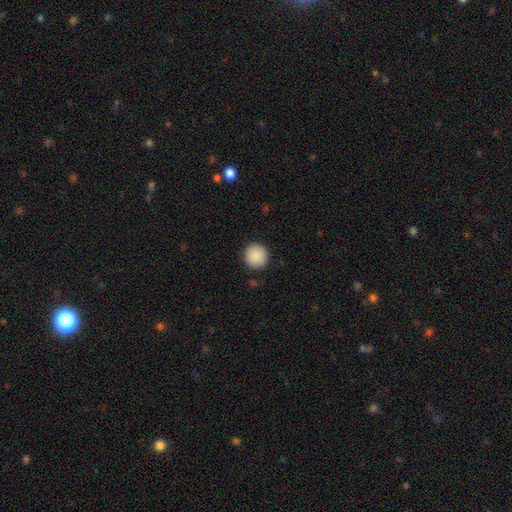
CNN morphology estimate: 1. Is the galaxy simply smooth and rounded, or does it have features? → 89% smooth, 7% star or artifact, 3% featured or disk.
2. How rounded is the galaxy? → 95% round, 4% in between, 1% cigar-shaped.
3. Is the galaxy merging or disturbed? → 92% none, 5% minor disturbance, 2% major disturbance, 1% merger.